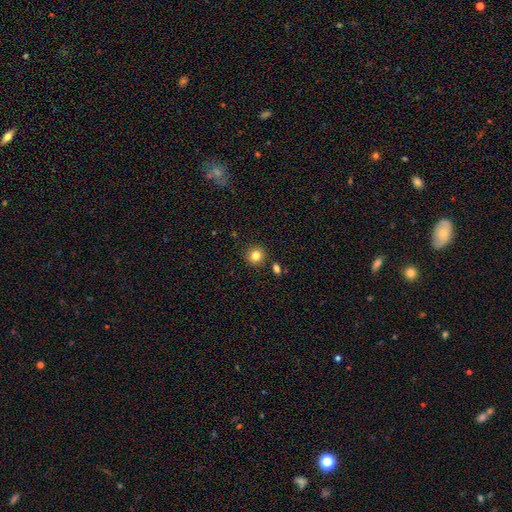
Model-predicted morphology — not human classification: smooth 83%, star or artifact 11%, featured or disk 6%. Down the decision tree: how rounded — round (92%); merging — none (88%).